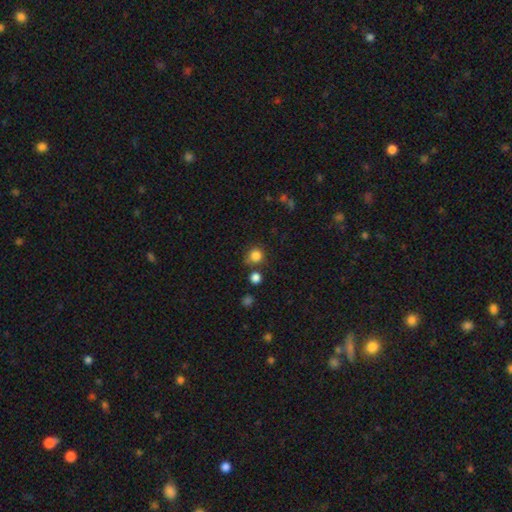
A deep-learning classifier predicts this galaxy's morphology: Smooth or featured?
  - smooth: 83% *
  - star or artifact: 12%
  - featured or disk: 5%
How rounded?
  - round: 91% *
  - in between: 8%
  - cigar-shaped: 1%
Merging?
  - none: 73% *
  - minor disturbance: 12%
  - merger: 10%
  - major disturbance: 4%